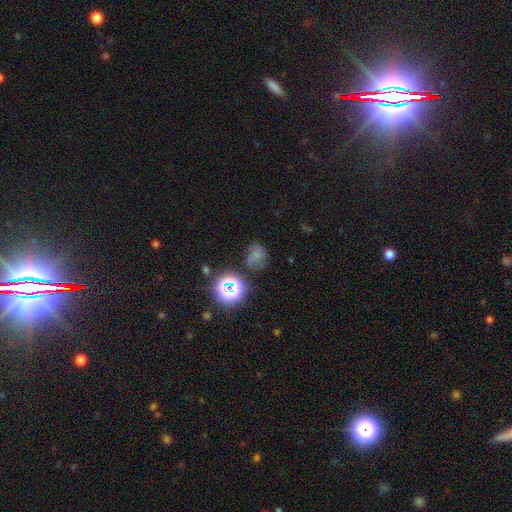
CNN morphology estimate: A smooth galaxy with no disk features (57%) that is round (61%). Merging: none (54%).